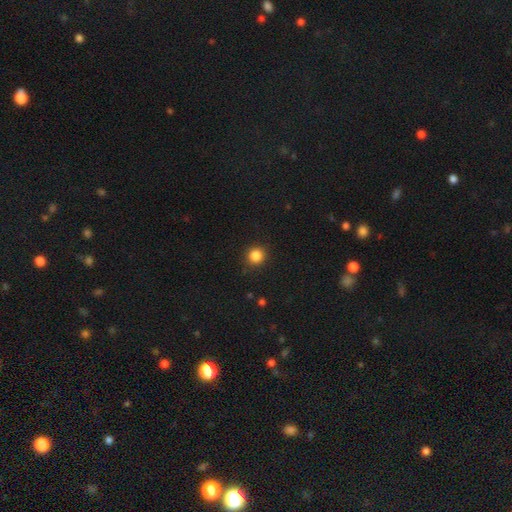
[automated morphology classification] smooth-or-featured: smooth: 85% | star or artifact: 12% | featured or disk: 4%
  how-rounded: round: 92% | in between: 8% | cigar-shaped: 1%
  merging: none: 90% | minor disturbance: 7% | major disturbance: 2% | merger: 1%